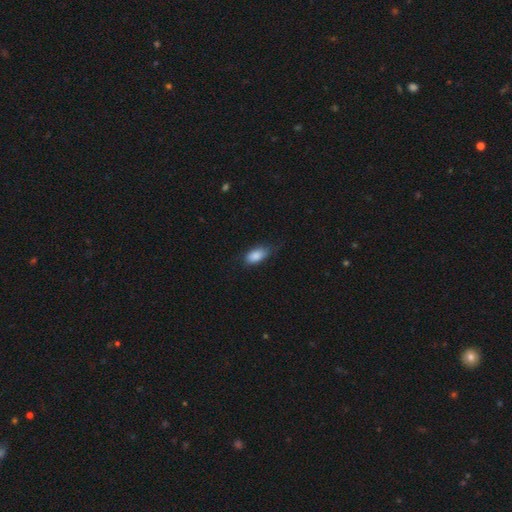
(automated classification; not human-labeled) smooth_or_featured: smooth (p=0.87) [alt: star or artifact p=0.07]
how_rounded: in between (p=0.90) [alt: cigar-shaped p=0.06]
merging: none (p=0.65) [alt: minor disturbance p=0.27]